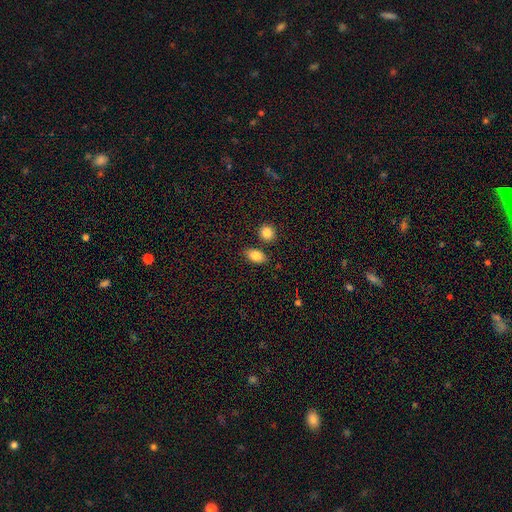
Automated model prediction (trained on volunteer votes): The model was most divided on "merging": none: 79%, minor disturbance: 10%, merger: 8%, major disturbance: 3%. More confident: how rounded — in between (86%); smooth or featured — smooth (84%).